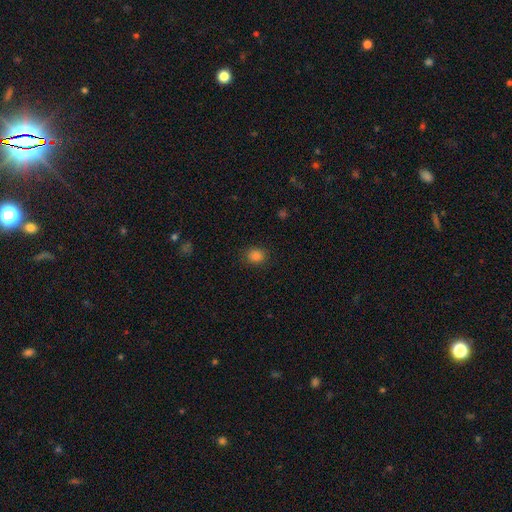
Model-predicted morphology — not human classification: Smooth or featured? smooth (83%)
How rounded? round (75%)
Merging? none (87%)